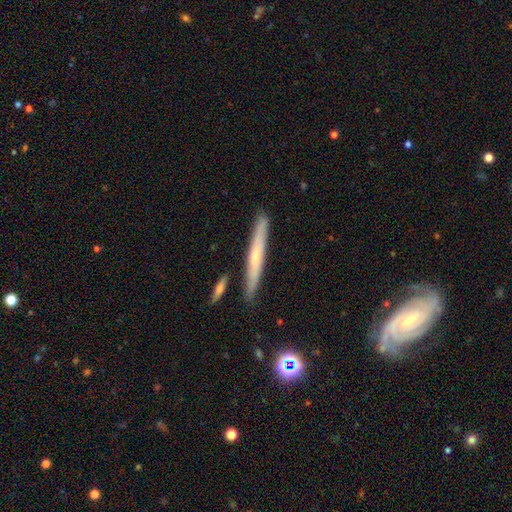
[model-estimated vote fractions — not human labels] Q: Smooth or featured?
A: smooth (48%); runner-up: featured or disk (45%)
Q: Merging?
A: none (85%); runner-up: minor disturbance (10%)